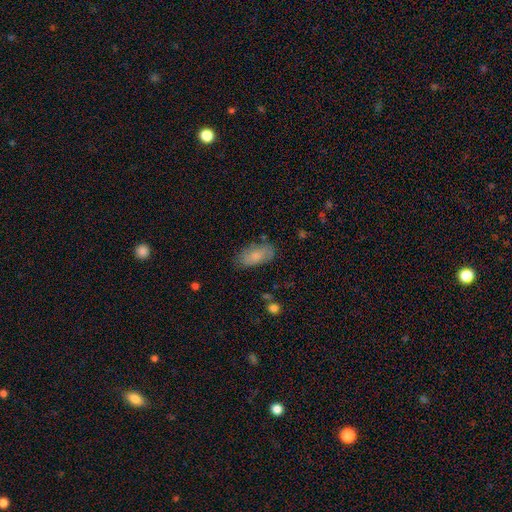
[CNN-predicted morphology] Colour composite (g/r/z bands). It shows a smooth galaxy with no disk features (74%) that is in between round and cigar-shaped (92%). Merging: none (74%).